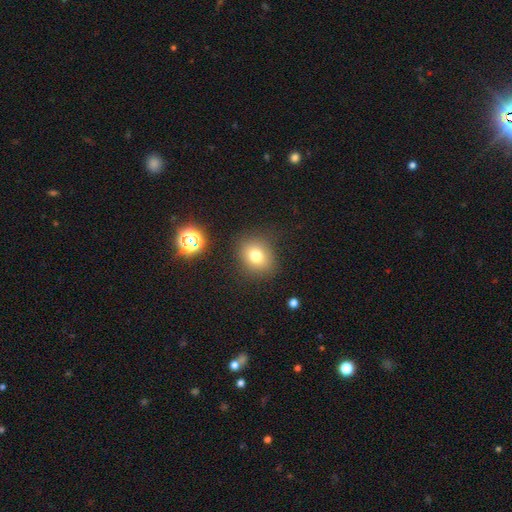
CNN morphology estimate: Smooth or featured? Predicted: smooth (p=0.76). How rounded? Predicted: round (p=0.68). Merging? Predicted: none (p=0.85).